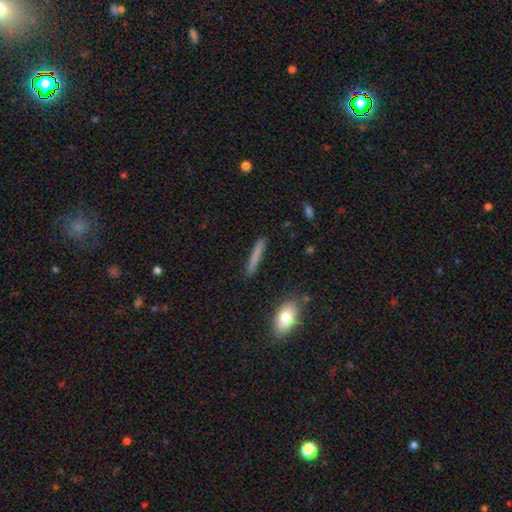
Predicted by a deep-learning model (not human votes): A smooth galaxy with no disk features (71%) that is cigar-shaped (93%).

Vote fractions:
- Smooth or featured? smooth: 71% / featured or disk: 22% / star or artifact: 7%
- How rounded? cigar-shaped: 93% / in between: 5% / round: 2%
- Merging? none: 88% / minor disturbance: 8% / major disturbance: 2% / merger: 2%